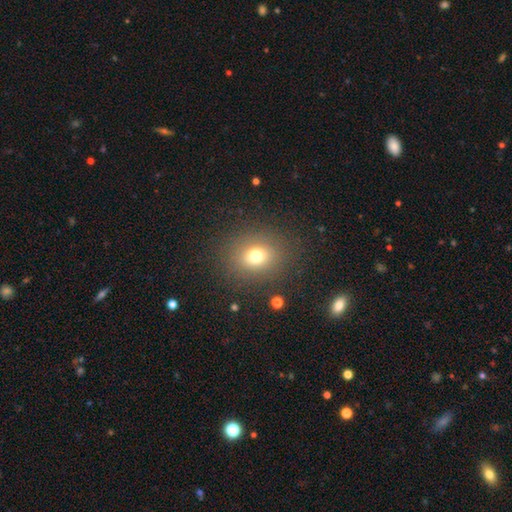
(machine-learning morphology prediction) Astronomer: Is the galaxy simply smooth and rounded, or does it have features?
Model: smooth — 72%.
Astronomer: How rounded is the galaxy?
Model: round — 71%.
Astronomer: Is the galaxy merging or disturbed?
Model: none — 86%.